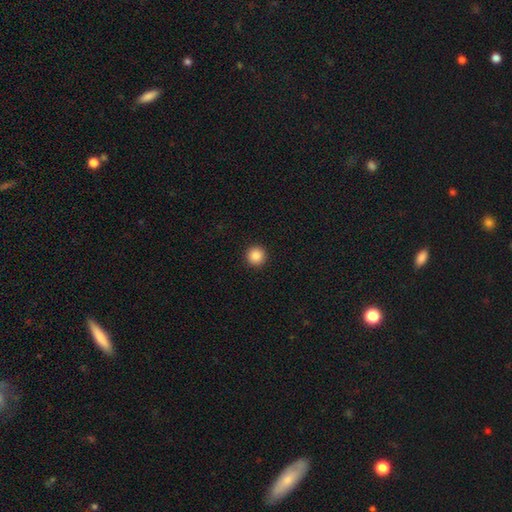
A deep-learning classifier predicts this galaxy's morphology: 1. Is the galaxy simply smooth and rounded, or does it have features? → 87% smooth, 10% star or artifact, 3% featured or disk.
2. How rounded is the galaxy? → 96% round, 3% in between, 1% cigar-shaped.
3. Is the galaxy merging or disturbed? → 94% none, 4% minor disturbance, 2% major disturbance, 1% merger.